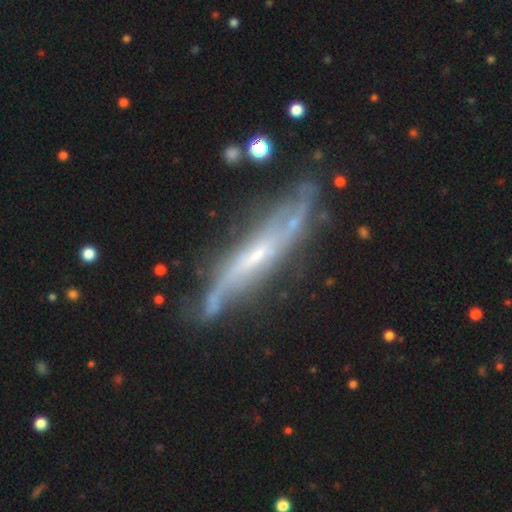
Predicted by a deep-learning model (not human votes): A featured or disk galaxy (78%) viewed edge-on (61%). Merging: none (68%).